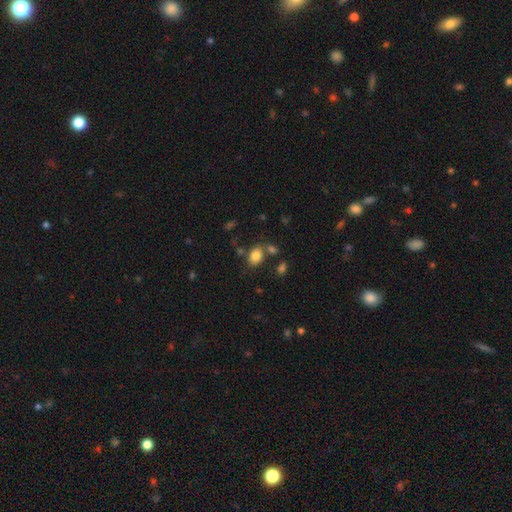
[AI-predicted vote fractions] smooth-or-featured: smooth: 82% | star or artifact: 10% | featured or disk: 8%
  how-rounded: in between: 71% | round: 28% | cigar-shaped: 1%
  merging: none: 65% | merger: 16% | minor disturbance: 14% | major disturbance: 5%